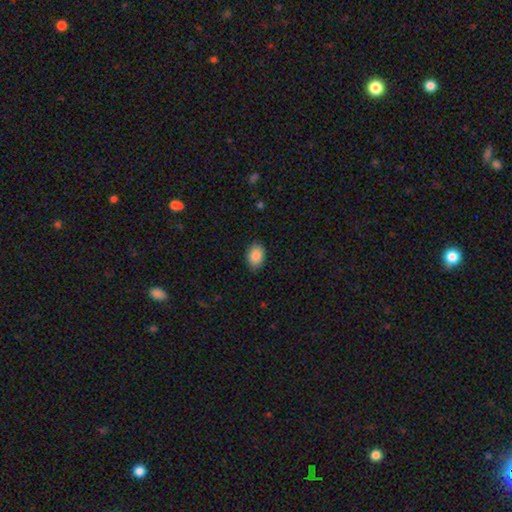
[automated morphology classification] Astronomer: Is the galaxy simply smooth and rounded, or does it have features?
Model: smooth — 88%.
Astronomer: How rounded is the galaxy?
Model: in between — 82%.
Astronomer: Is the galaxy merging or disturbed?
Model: none — 84%.